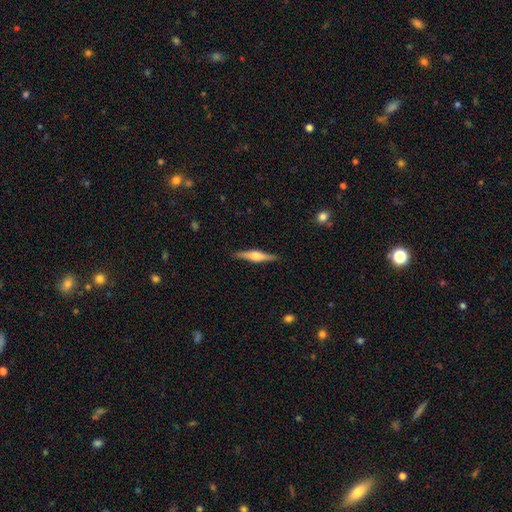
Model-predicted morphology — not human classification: Smooth or featured? Predicted: featured or disk (p=0.66). Edge-on disk? Predicted: yes (p=0.97). Edge-on bulge? Predicted: rounded (p=0.87). Merging? Predicted: none (p=0.90).